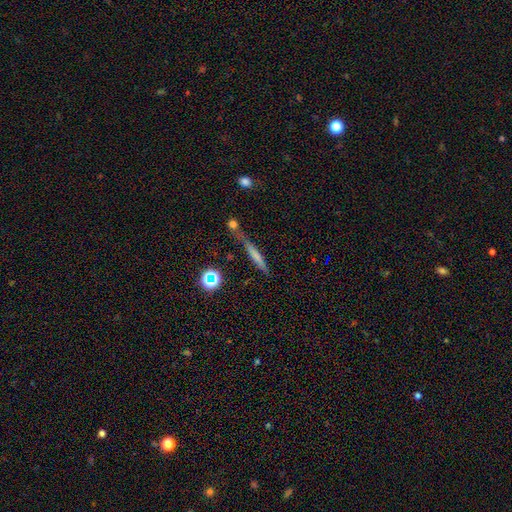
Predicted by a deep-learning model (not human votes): This is possibly a smooth galaxy (57%). How rounded: clearly cigar-shaped (86%). Merging: possibly none (58%).